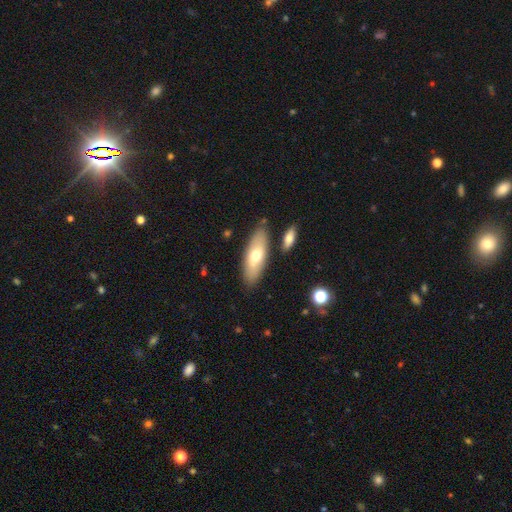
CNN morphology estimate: A smooth galaxy with no disk features (63%) that is in between round and cigar-shaped (71%).

Vote fractions:
- Smooth or featured? smooth: 63% / featured or disk: 31% / star or artifact: 6%
- How rounded? in between: 71% / cigar-shaped: 27% / round: 2%
- Merging? none: 81% / minor disturbance: 12% / merger: 5% / major disturbance: 3%